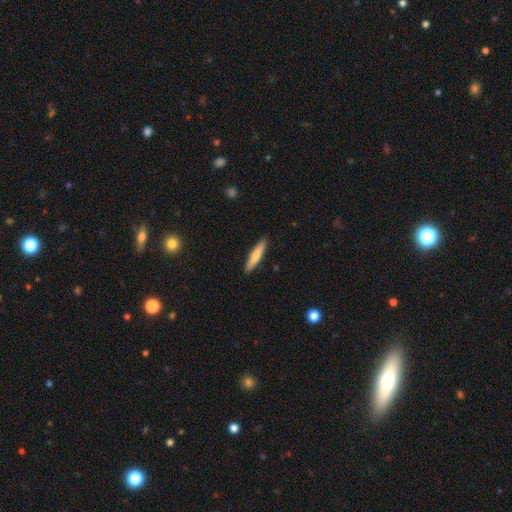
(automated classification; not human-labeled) This is likely a smooth galaxy (71%). How rounded: clearly cigar-shaped (87%). Merging: clearly none (91%).